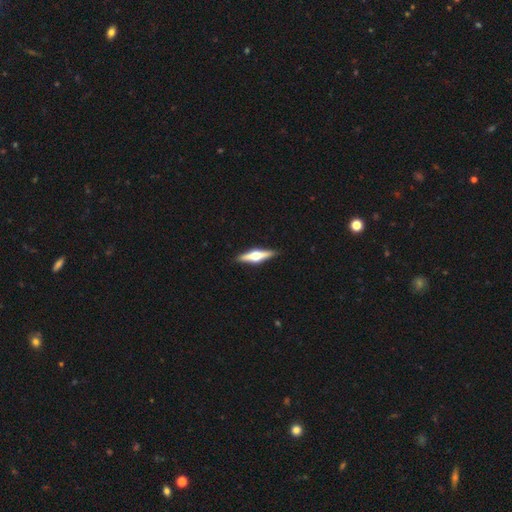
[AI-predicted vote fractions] Morphology: type=featured or disk (71%); edge-on=yes (97%); edge-on bulge=rounded (96%); merging=none (92%).